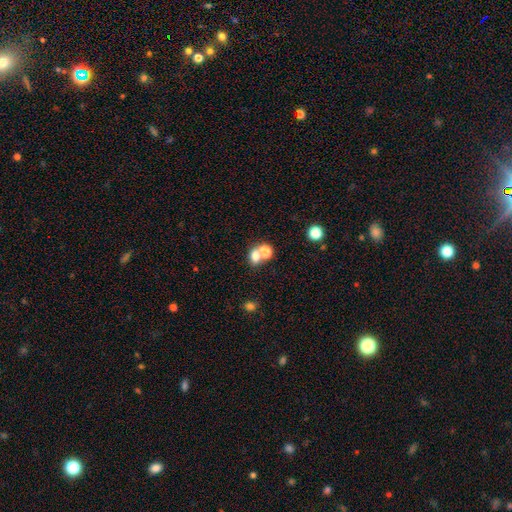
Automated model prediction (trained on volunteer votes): This appears to be a smooth galaxy with no disk features (72%) that is round (54%). Merging: merger (50%).